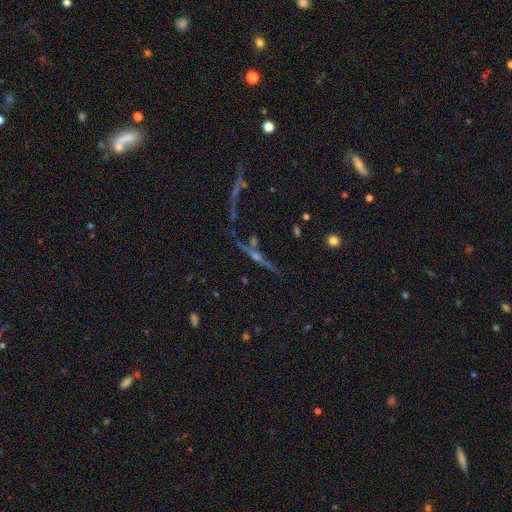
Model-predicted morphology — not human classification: smooth_or_featured: featured or disk (p=0.73) [alt: star or artifact p=0.16]
disk_edge_on: yes (p=0.93) [alt: no p=0.07]
edge_on_bulge: rounded (p=0.85) [alt: none p=0.09]
merging: none (p=0.67) [alt: minor disturbance p=0.14]